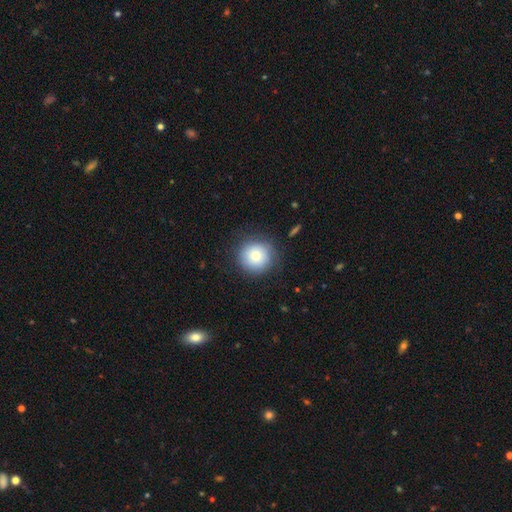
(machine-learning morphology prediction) type=smooth (75%); roundness=round (94%); merging=none (85%).